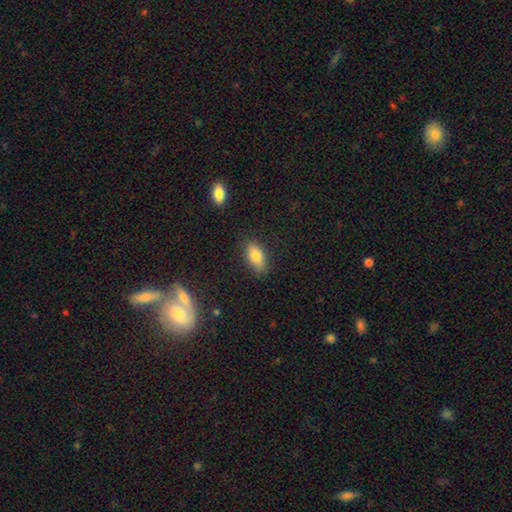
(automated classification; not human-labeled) smooth_or_featured: smooth (p=0.80) [alt: featured or disk p=0.12]
how_rounded: in between (p=0.88) [alt: cigar-shaped p=0.08]
merging: none (p=0.85) [alt: minor disturbance p=0.11]